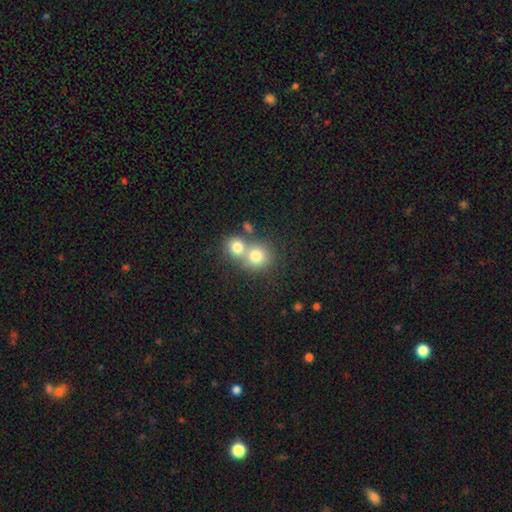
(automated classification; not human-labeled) Smooth or featured?
  - smooth: 75% *
  - featured or disk: 13%
  - star or artifact: 12%
How rounded?
  - round: 83% *
  - in between: 16%
  - cigar-shaped: 1%
Merging?
  - merger: 57% *
  - none: 35%
  - minor disturbance: 6%
  - major disturbance: 2%